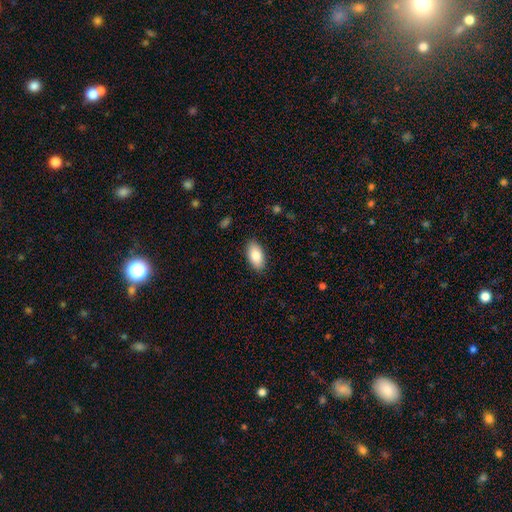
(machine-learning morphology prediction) A smooth galaxy with no disk features (84%) that is in between round and cigar-shaped (93%).

Vote fractions:
- Smooth or featured? smooth: 84% / featured or disk: 9% / star or artifact: 6%
- How rounded? in between: 93% / cigar-shaped: 4% / round: 3%
- Merging? none: 88% / minor disturbance: 9% / major disturbance: 2% / merger: 1%